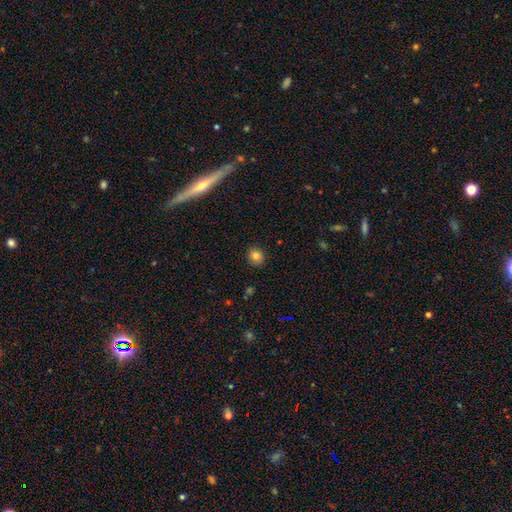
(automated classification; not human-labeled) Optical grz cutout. It shows a smooth galaxy with no disk features (80%) that is round (76%). Merging: none (89%).